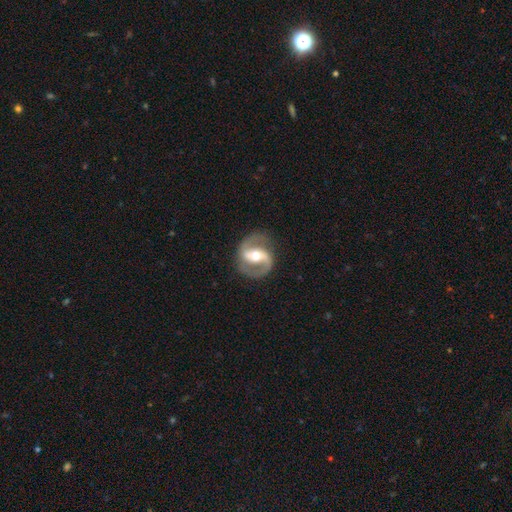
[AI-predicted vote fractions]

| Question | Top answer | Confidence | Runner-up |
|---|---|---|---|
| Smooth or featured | featured or disk | 89% | smooth (6%) |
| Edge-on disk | no | 97% | yes (3%) |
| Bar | strong | 47% | weak (35%) |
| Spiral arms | yes | 95% | no (5%) |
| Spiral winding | medium | 57% | loose (23%) |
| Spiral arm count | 2 | 93% | 1 (3%) |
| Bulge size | moderate | 72% | small (19%) |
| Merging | none | 84% | minor disturbance (10%) |